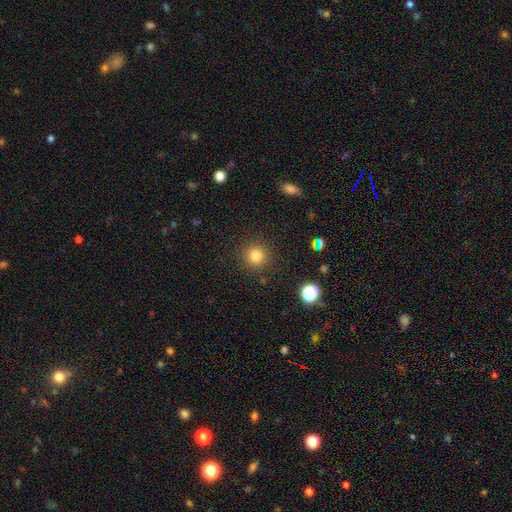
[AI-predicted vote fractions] A smooth galaxy with no disk features (82%) that is round (93%).

Vote fractions:
- Smooth or featured? smooth: 82% / star or artifact: 13% / featured or disk: 5%
- How rounded? round: 93% / in between: 6% / cigar-shaped: 1%
- Merging? none: 89% / minor disturbance: 7% / major disturbance: 3% / merger: 2%